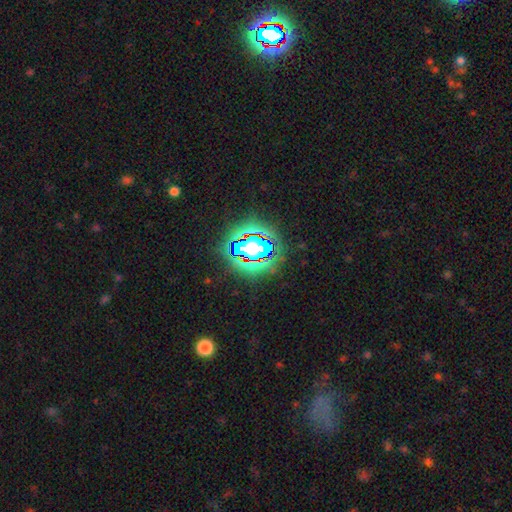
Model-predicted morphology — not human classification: smooth_or_featured: star or artifact (p=0.76) [alt: smooth p=0.14]